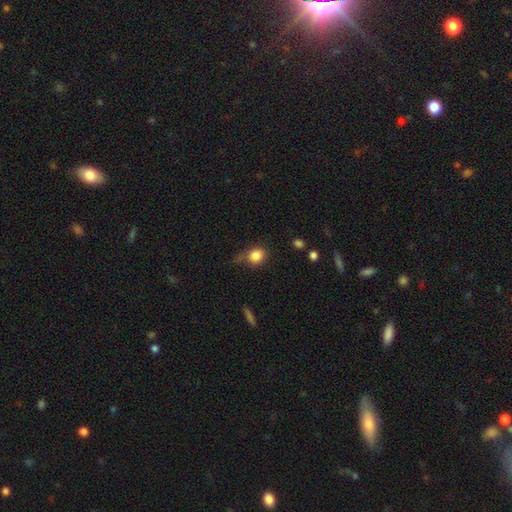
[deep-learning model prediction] Smooth or featured? Predicted: smooth (p=0.84). How rounded? Predicted: round (p=0.69). Merging? Predicted: none (p=0.63).